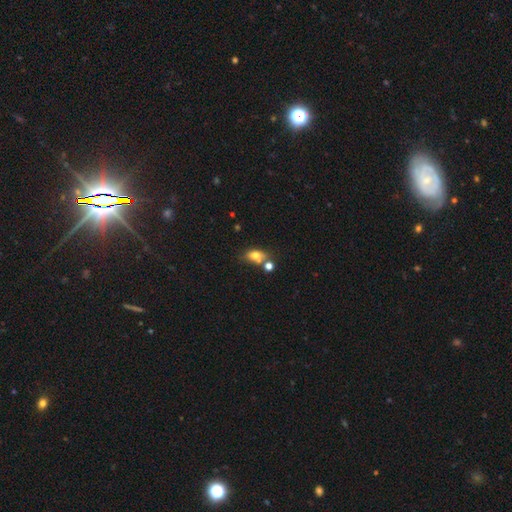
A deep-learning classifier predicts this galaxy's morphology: The model was most divided on "merging": none: 48%, merger: 29%, minor disturbance: 16%, major disturbance: 7%. More confident: how rounded — in between (74%); smooth or featured — smooth (69%).